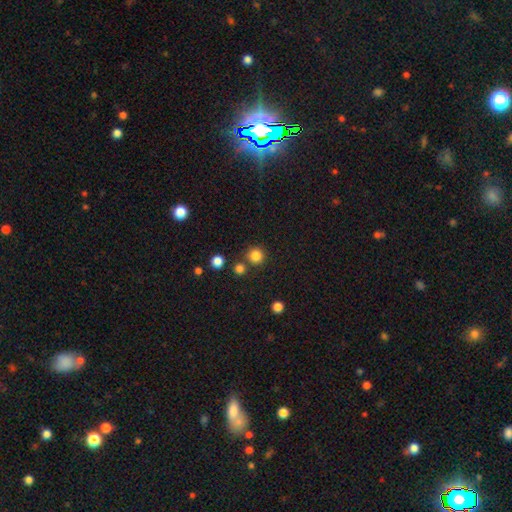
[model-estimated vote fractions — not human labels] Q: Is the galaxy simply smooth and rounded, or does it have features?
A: smooth — 83%.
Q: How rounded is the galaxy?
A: round — 94%.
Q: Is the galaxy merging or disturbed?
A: none — 80%.